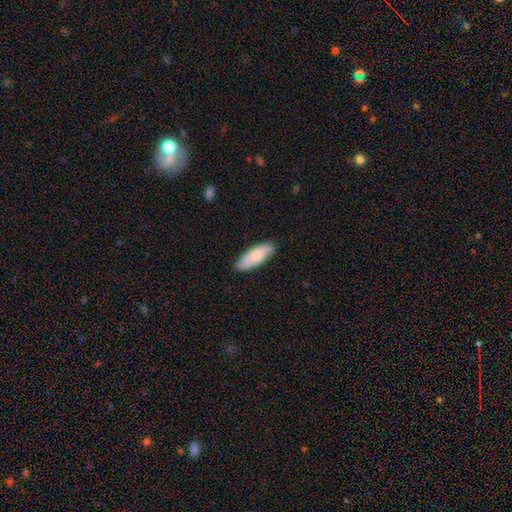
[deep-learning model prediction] A smooth galaxy with no disk features (73%) that is in between round and cigar-shaped (68%). Merging: none (84%).